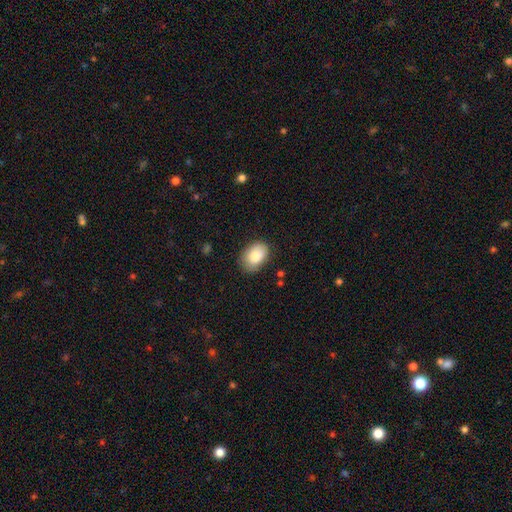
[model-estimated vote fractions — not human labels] Overall: smooth (86%). How rounded: in between (85%). Merging: none (77%).